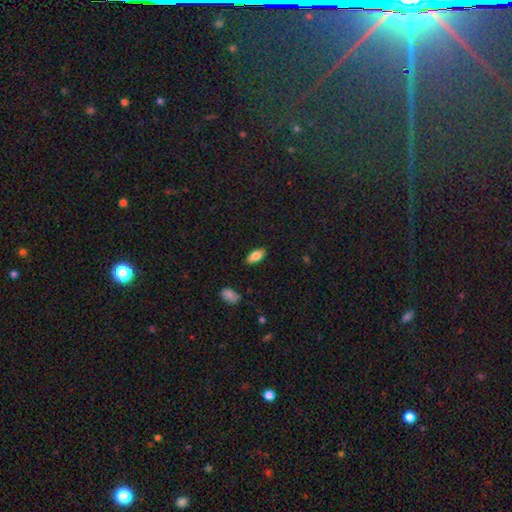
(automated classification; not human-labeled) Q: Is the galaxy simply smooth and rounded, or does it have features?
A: smooth — 79%.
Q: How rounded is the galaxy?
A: in between — 88%.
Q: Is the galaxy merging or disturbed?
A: none — 86%.